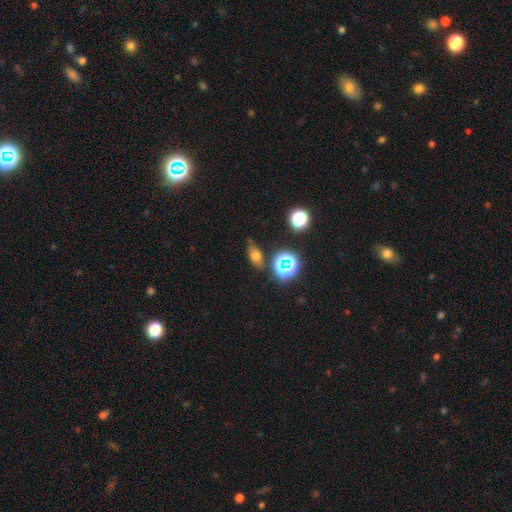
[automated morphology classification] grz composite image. It shows a smooth galaxy with no disk features (61%) that is in between round and cigar-shaped (72%). Merging: none (74%).